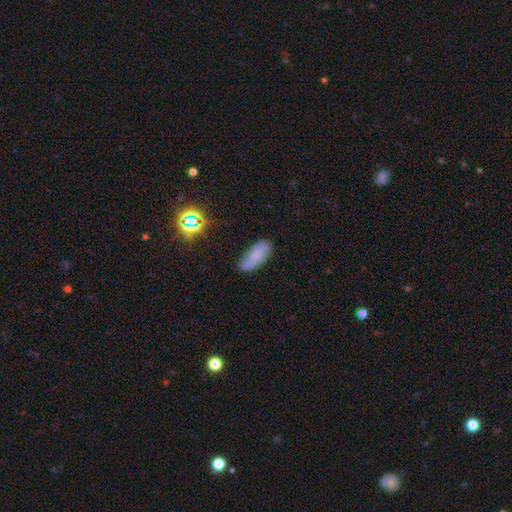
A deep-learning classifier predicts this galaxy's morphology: smooth_or_featured: smooth (p=0.59) [alt: featured or disk p=0.30]
how_rounded: in between (p=0.84) [alt: cigar-shaped p=0.13]
merging: none (p=0.68) [alt: minor disturbance p=0.24]